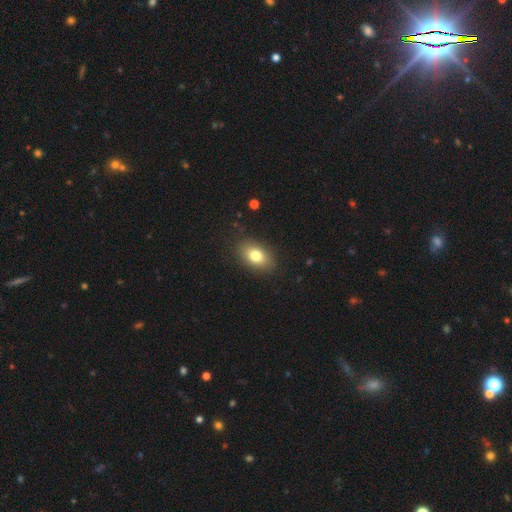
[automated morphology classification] Q: Smooth or featured?
A: smooth (79%); runner-up: featured or disk (13%)
Q: How rounded?
A: in between (86%); runner-up: round (12%)
Q: Merging?
A: none (86%); runner-up: minor disturbance (10%)